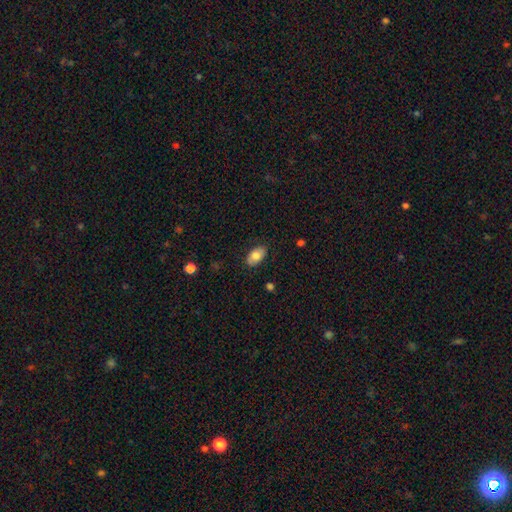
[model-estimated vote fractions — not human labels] Smooth or featured? Predicted: smooth (p=0.79). How rounded? Predicted: in between (p=0.93). Merging? Predicted: none (p=0.84).